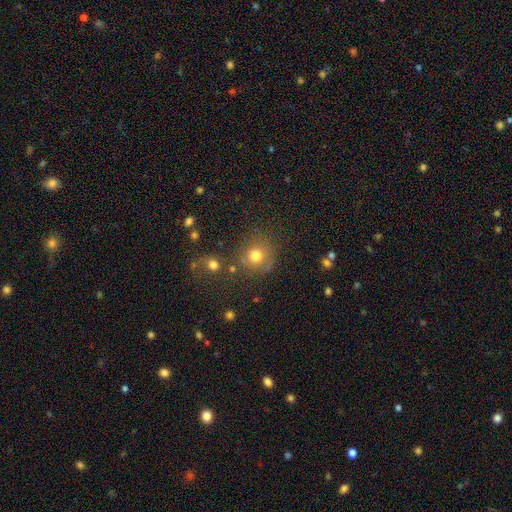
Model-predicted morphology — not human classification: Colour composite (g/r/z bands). It shows a smooth galaxy with no disk features (77%) that is round (90%). Merging: none (71%).